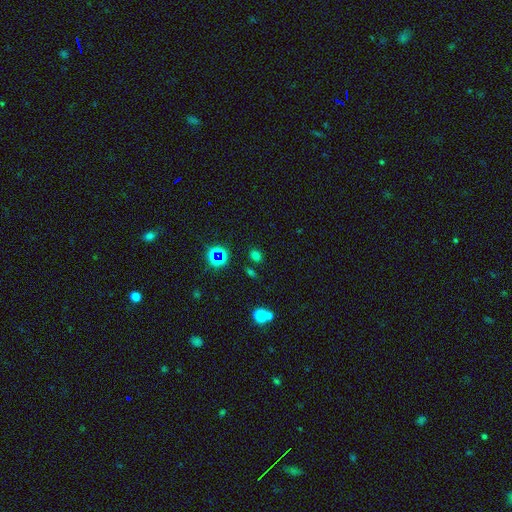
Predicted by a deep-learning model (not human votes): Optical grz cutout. It shows a smooth galaxy with no disk features (62%) that is in between round and cigar-shaped (58%). Merging: none (78%).